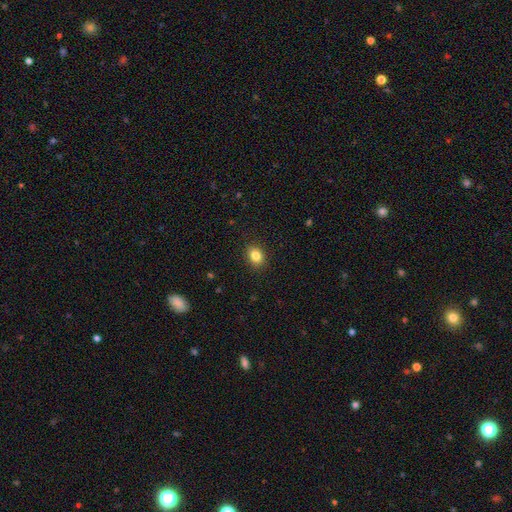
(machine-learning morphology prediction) The model was most divided on "how rounded": in between: 61%, round: 38%, cigar-shaped: 1%. More confident: merging — none (89%); smooth or featured — smooth (84%).